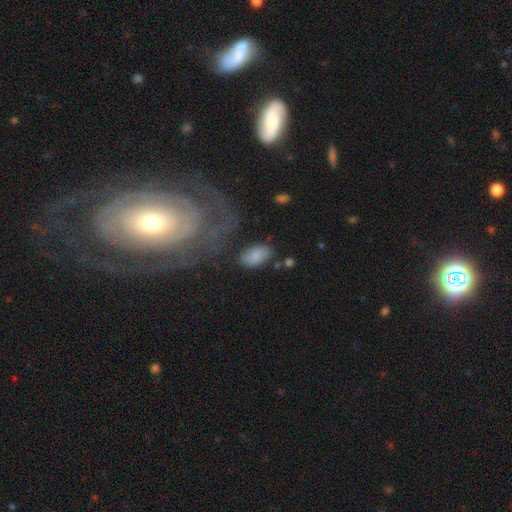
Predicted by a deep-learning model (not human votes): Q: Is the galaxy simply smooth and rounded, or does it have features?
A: smooth — 84%.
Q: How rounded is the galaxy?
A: in between — 95%.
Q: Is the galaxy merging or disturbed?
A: none — 74%.